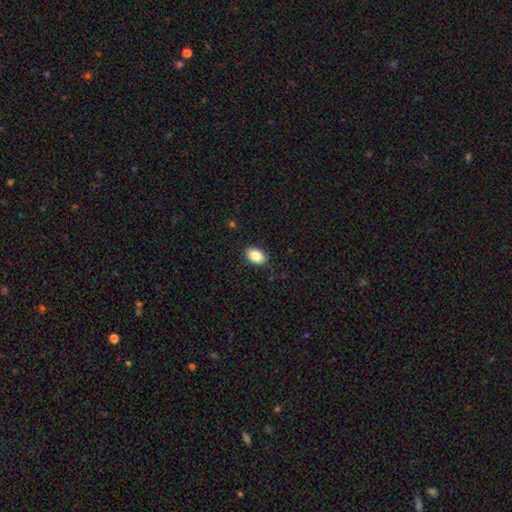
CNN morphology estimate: Smooth or featured? Predicted: smooth (p=0.86). How rounded? Predicted: in between (p=0.84). Merging? Predicted: none (p=0.87).